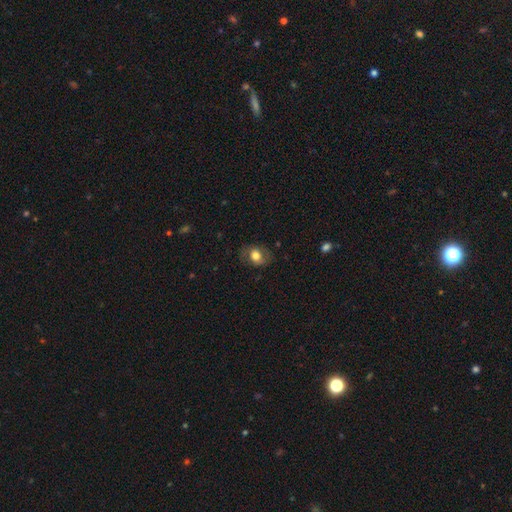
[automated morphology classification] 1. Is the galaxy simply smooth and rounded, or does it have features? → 68% smooth, 24% featured or disk, 8% star or artifact.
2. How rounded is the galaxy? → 65% in between, 33% round, 1% cigar-shaped.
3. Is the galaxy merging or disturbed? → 73% none, 18% minor disturbance, 8% major disturbance, 1% merger.